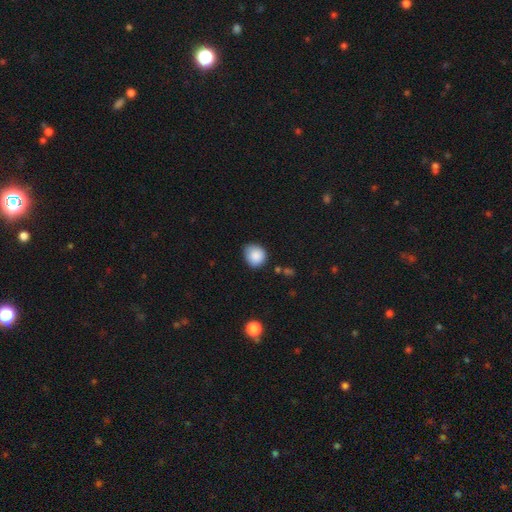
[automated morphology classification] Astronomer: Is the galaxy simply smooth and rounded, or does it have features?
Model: smooth — 87%.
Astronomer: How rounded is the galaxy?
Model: round — 77%.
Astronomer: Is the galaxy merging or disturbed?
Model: none — 64%.